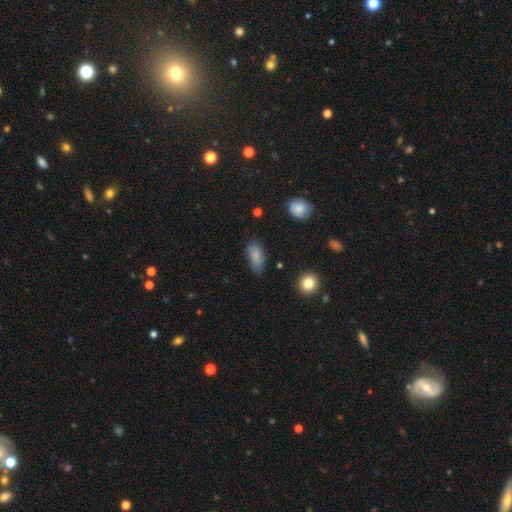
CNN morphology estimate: The model was most divided on "merging": none: 68%, minor disturbance: 25%, major disturbance: 6%, merger: 2%. More confident: how rounded — in between (90%); smooth or featured — smooth (79%).